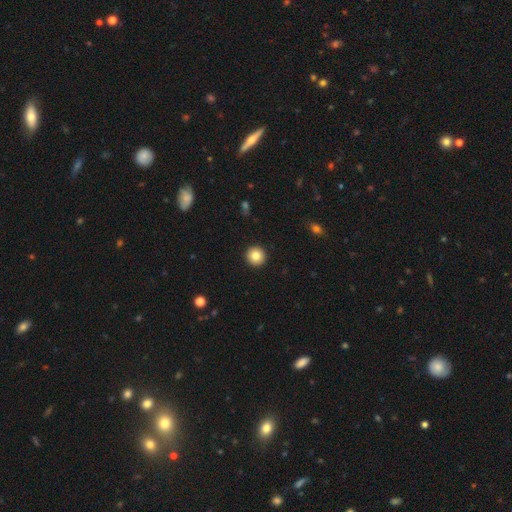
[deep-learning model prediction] A smooth galaxy with no disk features (84%) that is round (96%). Merging: none (93%).